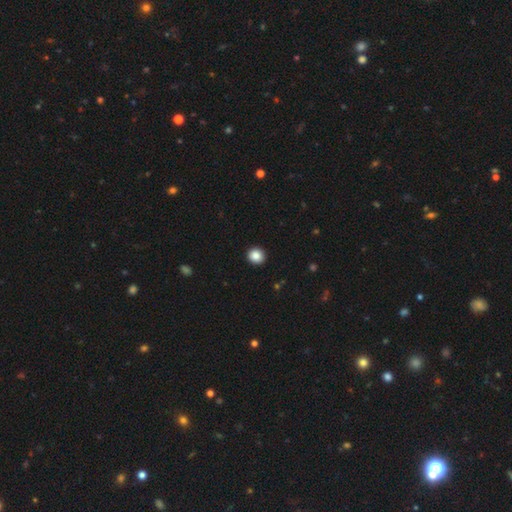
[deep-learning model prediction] A smooth galaxy with no disk features (87%) that is round (87%). Merging: none (93%).